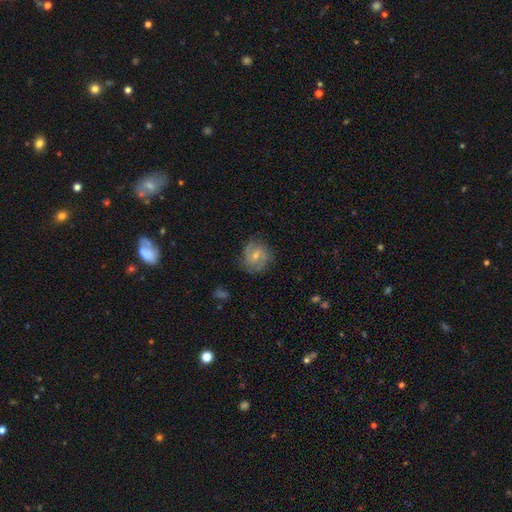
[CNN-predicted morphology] Q: Smooth or featured?
A: featured or disk (58%); runner-up: smooth (35%)
Q: Edge-on disk?
A: no (97%); runner-up: yes (3%)
Q: Bar?
A: weak (48%); runner-up: no (41%)
Q: Spiral arms?
A: yes (85%); runner-up: no (15%)
Q: Bulge size?
A: small (50%); runner-up: moderate (45%)
Q: Merging?
A: none (74%); runner-up: minor disturbance (18%)